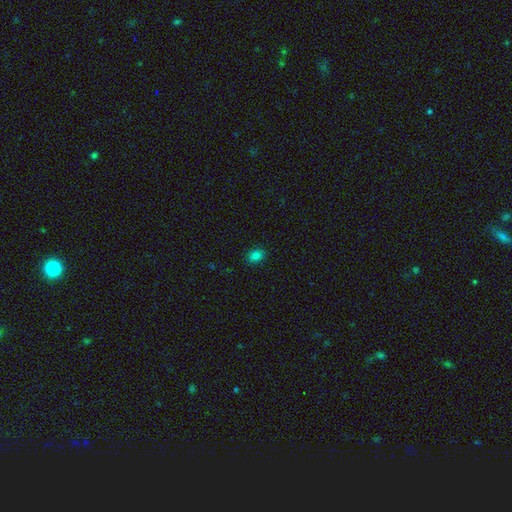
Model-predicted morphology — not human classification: This appears to be a smooth galaxy with no disk features (82%) that is in between round and cigar-shaped (72%). Merging: none (89%).